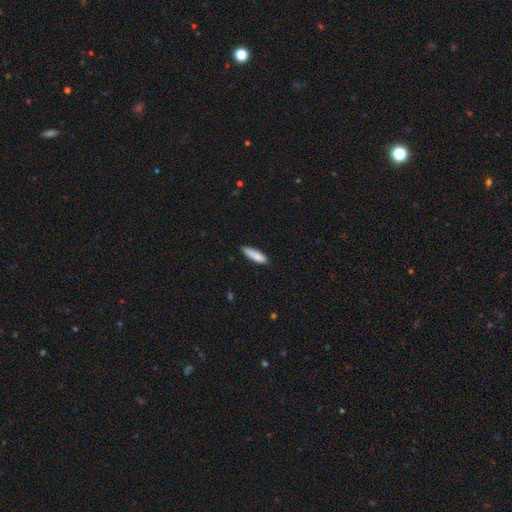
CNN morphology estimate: The model was most divided on "how rounded": cigar-shaped: 58%, in between: 40%, round: 2%. More confident: smooth or featured — smooth (85%); merging — none (82%).